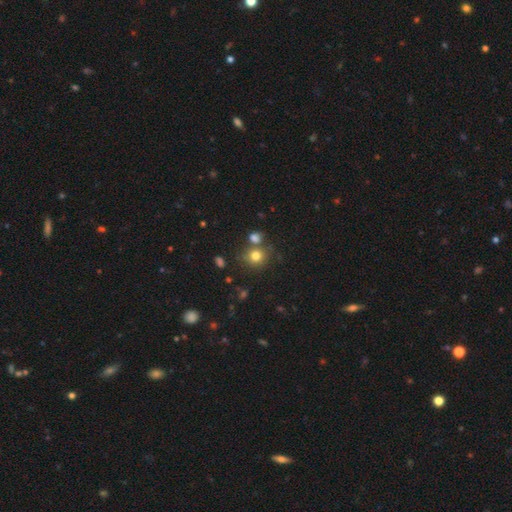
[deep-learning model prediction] A smooth galaxy with no disk features (77%) that is round (83%). Merging: none (66%).